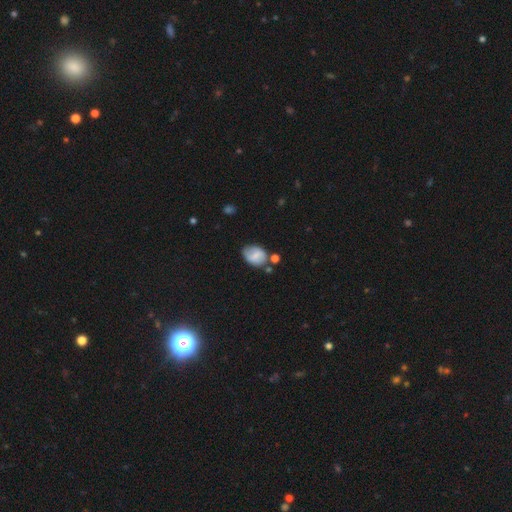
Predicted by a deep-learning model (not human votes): A smooth galaxy with no disk features (64%) that is in between round and cigar-shaped (69%).

Vote fractions:
- Smooth or featured? smooth: 64% / featured or disk: 27% / star or artifact: 9%
- How rounded? in between: 69% / round: 30% / cigar-shaped: 1%
- Merging? none: 54% / minor disturbance: 27% / merger: 11% / major disturbance: 7%